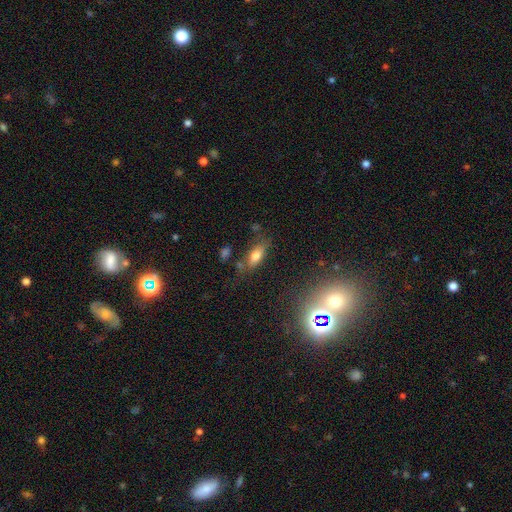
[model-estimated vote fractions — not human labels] smooth-or-featured: smooth: 72% | featured or disk: 16% | star or artifact: 11%
  how-rounded: in between: 77% | cigar-shaped: 19% | round: 4%
  merging: none: 67% | minor disturbance: 19% | merger: 8% | major disturbance: 7%